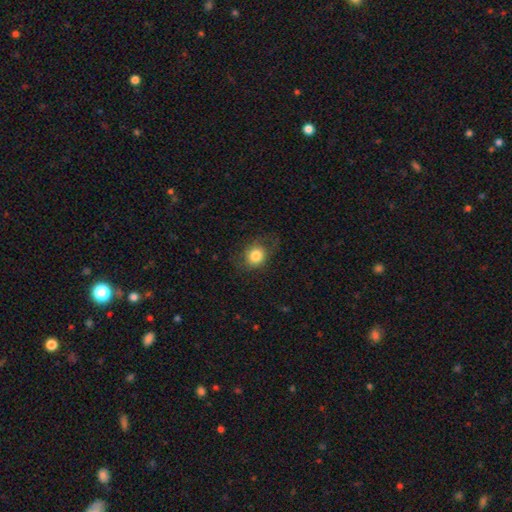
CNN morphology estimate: smooth-or-featured: smooth: 80% | featured or disk: 11% | star or artifact: 9%
  how-rounded: round: 64% | in between: 35% | cigar-shaped: 1%
  merging: none: 65% | minor disturbance: 22% | major disturbance: 12% | merger: 1%